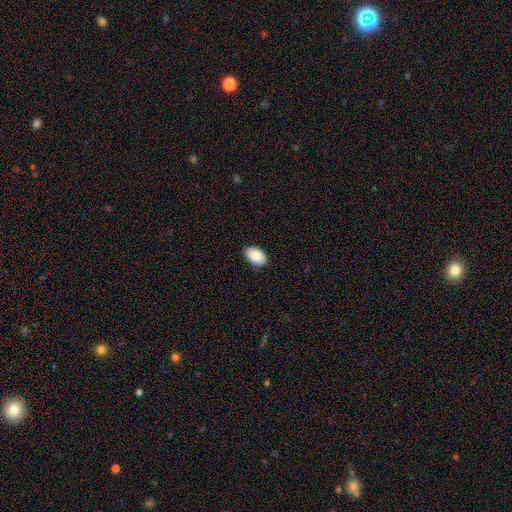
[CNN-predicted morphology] A smooth galaxy with no disk features (86%) that is in between round and cigar-shaped (90%).

Vote fractions:
- Smooth or featured? smooth: 86% / featured or disk: 7% / star or artifact: 7%
- How rounded? in between: 90% / round: 9% / cigar-shaped: 1%
- Merging? none: 90% / minor disturbance: 8% / major disturbance: 2% / merger: 1%